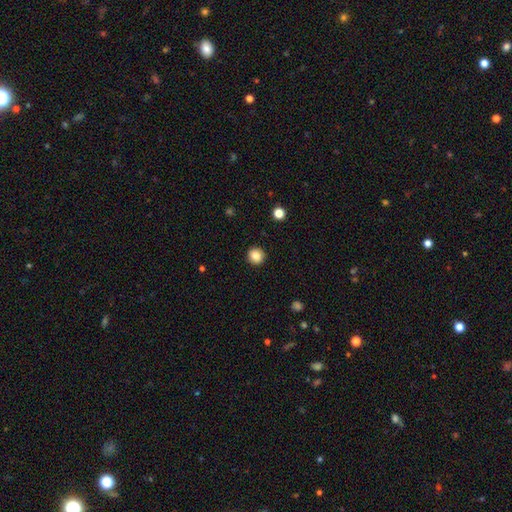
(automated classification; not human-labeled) Overall: smooth (86%). How rounded: round (93%). Merging: none (91%).